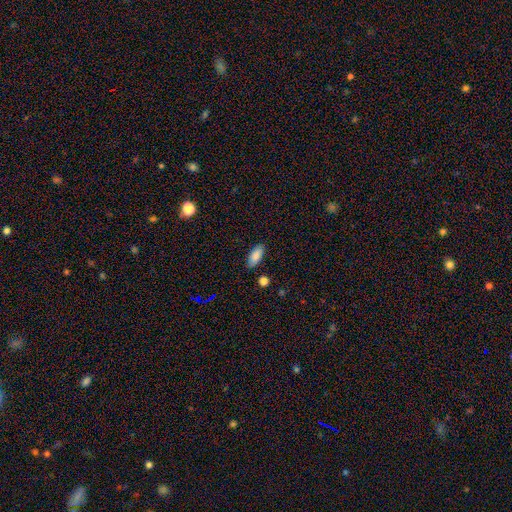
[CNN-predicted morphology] type=smooth (85%); roundness=in between (86%); merging=none (84%).